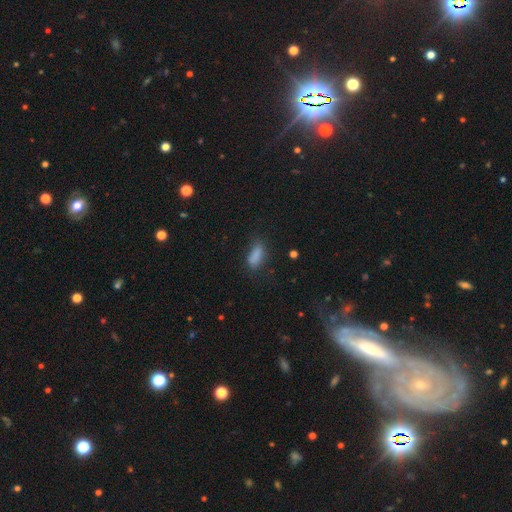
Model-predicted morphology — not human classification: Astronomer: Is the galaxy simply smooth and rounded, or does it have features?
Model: smooth — 83%.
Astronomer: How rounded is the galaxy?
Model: in between — 79%.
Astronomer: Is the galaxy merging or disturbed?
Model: none — 64%.